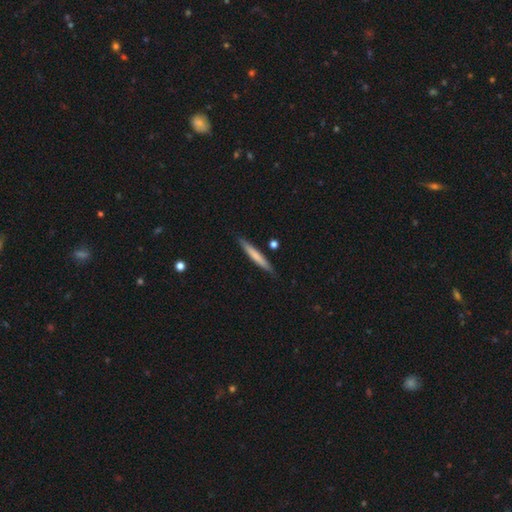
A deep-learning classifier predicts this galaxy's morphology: A smooth galaxy with no disk features (65%) that is cigar-shaped (95%). Merging: none (88%).